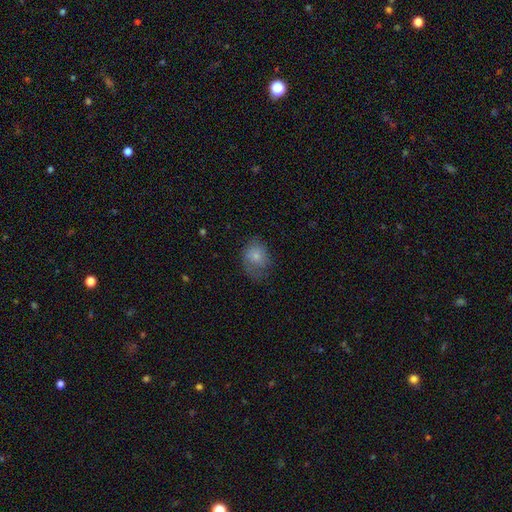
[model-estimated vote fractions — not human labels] Smooth or featured? smooth (76%)
How rounded? in between (52%)
Merging? none (48%)